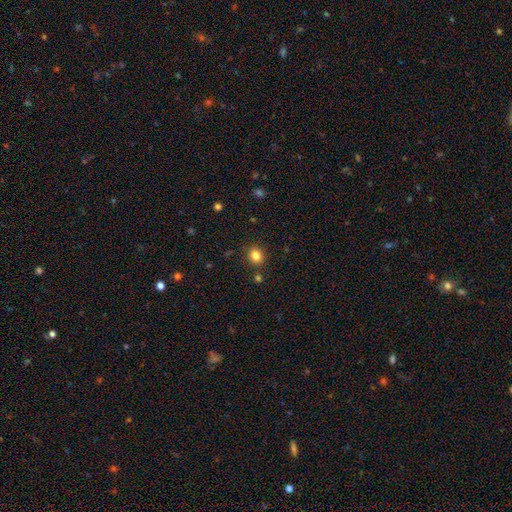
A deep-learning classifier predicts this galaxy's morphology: A smooth galaxy with no disk features (83%) that is round (71%).

Vote fractions:
- Smooth or featured? smooth: 83% / star or artifact: 12% / featured or disk: 6%
- How rounded? round: 71% / in between: 28% / cigar-shaped: 1%
- Merging? none: 87% / minor disturbance: 8% / merger: 3% / major disturbance: 2%